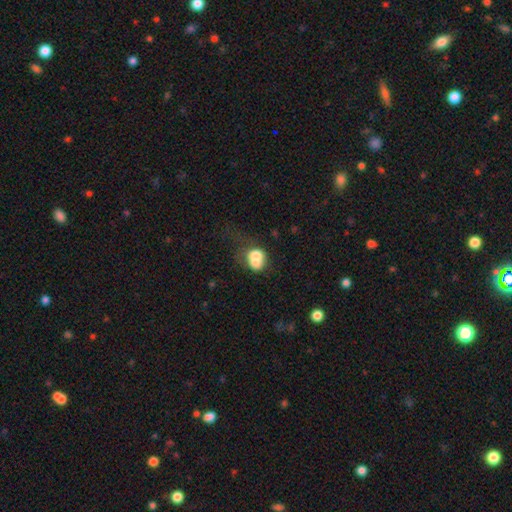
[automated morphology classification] smooth-or-featured: smooth: 68% | featured or disk: 23% | star or artifact: 10%
  how-rounded: round: 51% | in between: 48% | cigar-shaped: 1%
  merging: merger: 48% | none: 23% | major disturbance: 15% | minor disturbance: 14%